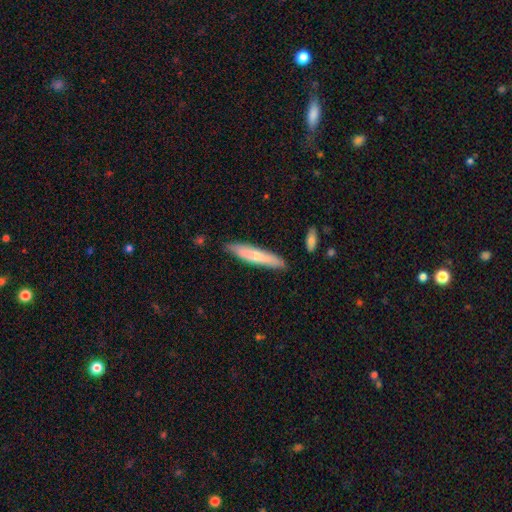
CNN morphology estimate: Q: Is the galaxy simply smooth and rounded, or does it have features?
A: smooth — 59%.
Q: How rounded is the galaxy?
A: cigar-shaped — 89%.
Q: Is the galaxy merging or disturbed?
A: none — 84%.